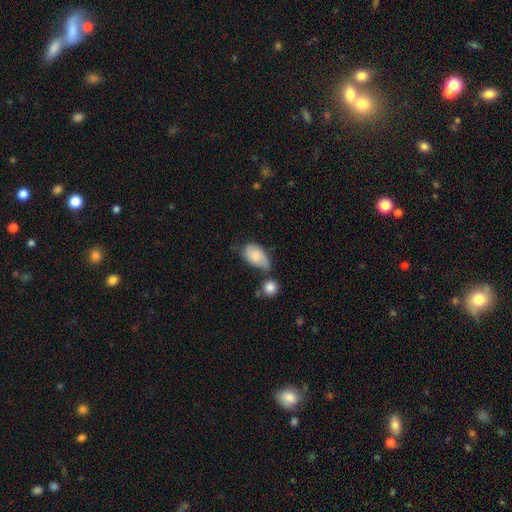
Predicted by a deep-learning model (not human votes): Q: Smooth or featured?
A: smooth (70%); runner-up: featured or disk (23%)
Q: How rounded?
A: in between (90%); runner-up: round (8%)
Q: Merging?
A: none (33%); runner-up: minor disturbance (31%)